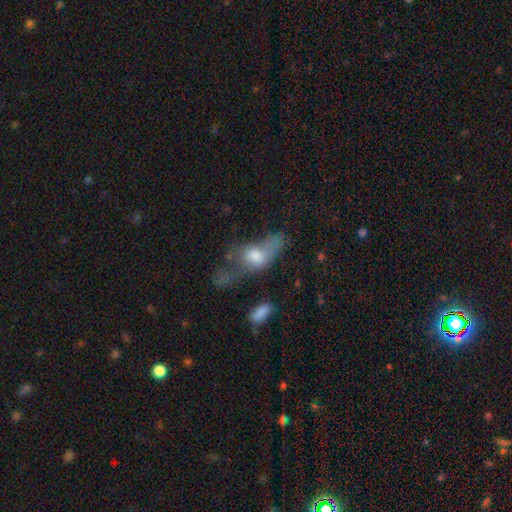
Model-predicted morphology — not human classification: Smooth or featured? smooth (53%)
How rounded? in between (72%)
Merging? major disturbance (51%)